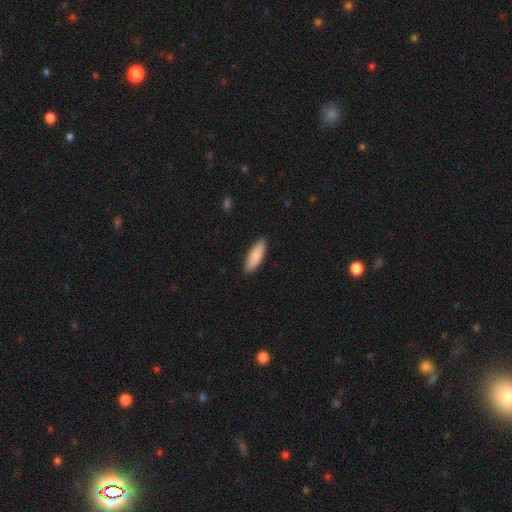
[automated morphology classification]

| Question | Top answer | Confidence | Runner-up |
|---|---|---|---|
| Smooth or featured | smooth | 87% | featured or disk (7%) |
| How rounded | in between | 55% | cigar-shaped (44%) |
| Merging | none | 87% | minor disturbance (10%) |